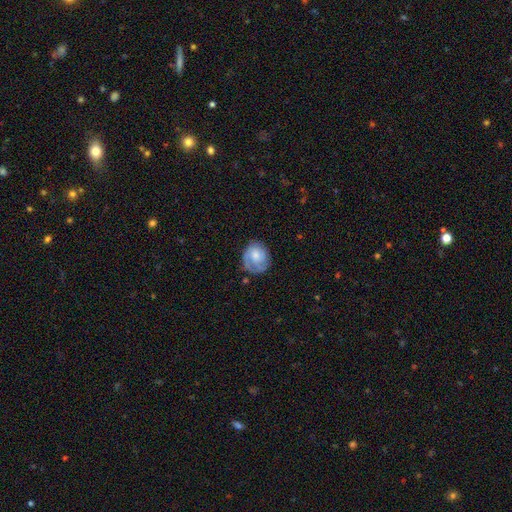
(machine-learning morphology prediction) Smooth or featured? Predicted: featured or disk (p=0.49). Merging? Predicted: none (p=0.63).